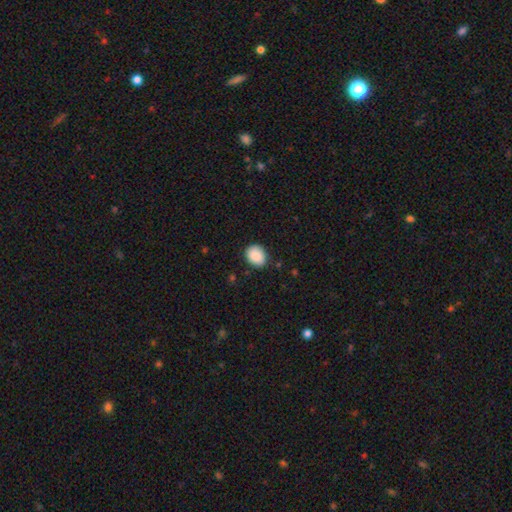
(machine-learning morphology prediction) smooth 89%, star or artifact 7%, featured or disk 4%. Down the decision tree: how rounded — in between (52%); merging — none (83%).